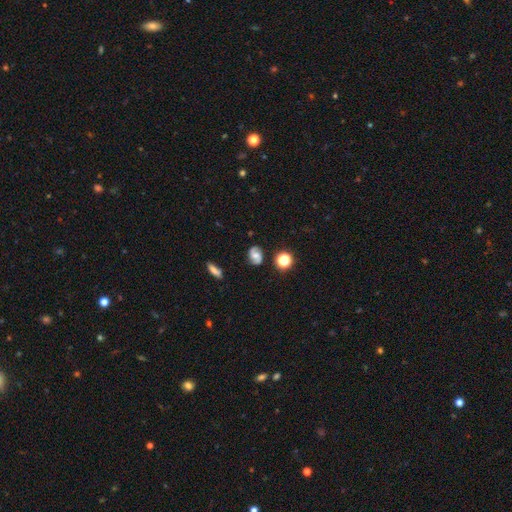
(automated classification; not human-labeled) smooth-or-featured: featured or disk: 57% | smooth: 31% | star or artifact: 12%
  disk-edge-on: no: 96% | yes: 4%
    bar: no: 57% | weak: 33% | strong: 9%
    has-spiral-arms: yes: 88% | no: 12%
    bulge-size: moderate: 52% | small: 25% | large: 11% | none: 9% | dominant: 2%
  merging: none: 78% | minor disturbance: 15% | major disturbance: 4% | merger: 3%